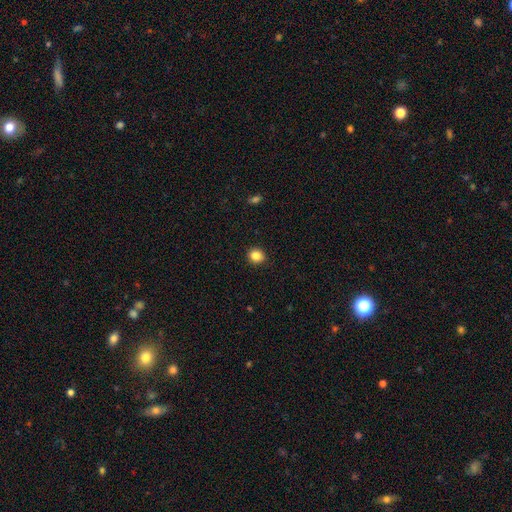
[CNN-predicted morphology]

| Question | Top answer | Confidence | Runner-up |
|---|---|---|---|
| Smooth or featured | smooth | 86% | star or artifact (10%) |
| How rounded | round | 76% | in between (23%) |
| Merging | none | 91% | minor disturbance (7%) |